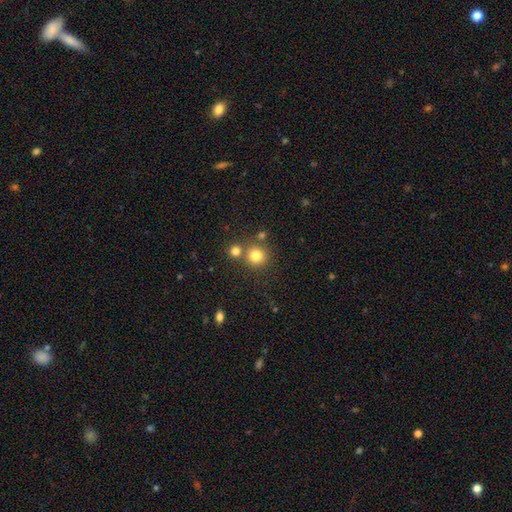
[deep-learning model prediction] This appears to be a smooth galaxy with no disk features (80%) that is round (92%). Merging: none (71%).